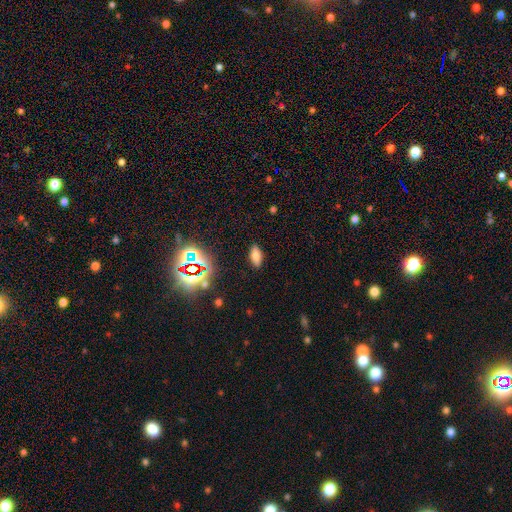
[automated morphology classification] Smooth or featured? Predicted: smooth (p=0.72). How rounded? Predicted: in between (p=0.87). Merging? Predicted: none (p=0.87).